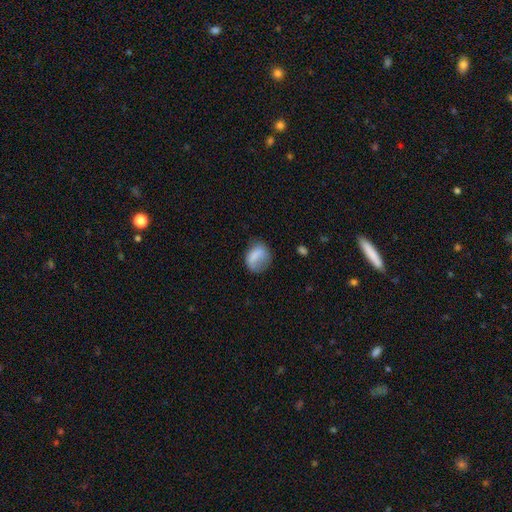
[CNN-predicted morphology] The model was most divided on "how rounded": in between: 50%, round: 48%, cigar-shaped: 2%. More confident: smooth or featured — smooth (74%); merging — none (51%).